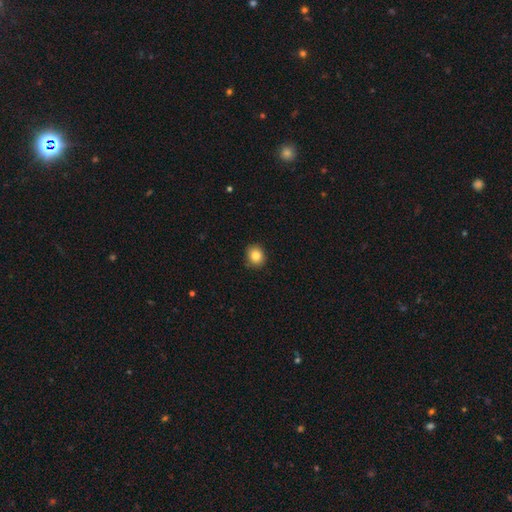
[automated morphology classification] Q: Smooth or featured?
A: smooth (84%); runner-up: star or artifact (10%)
Q: How rounded?
A: round (74%); runner-up: in between (25%)
Q: Merging?
A: none (89%); runner-up: minor disturbance (8%)